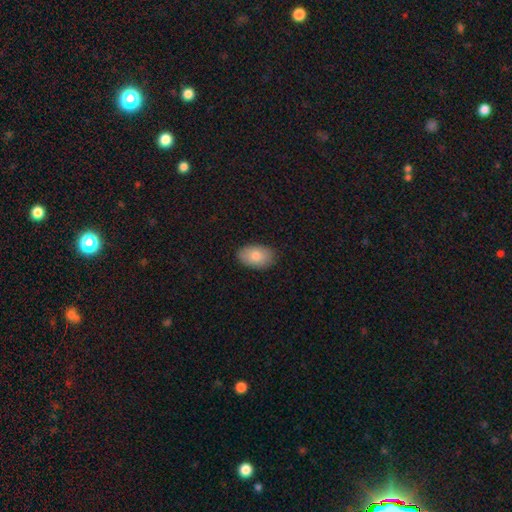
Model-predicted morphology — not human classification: Q: Smooth or featured?
A: smooth (82%); runner-up: featured or disk (11%)
Q: How rounded?
A: in between (91%); runner-up: round (8%)
Q: Merging?
A: none (86%); runner-up: minor disturbance (11%)